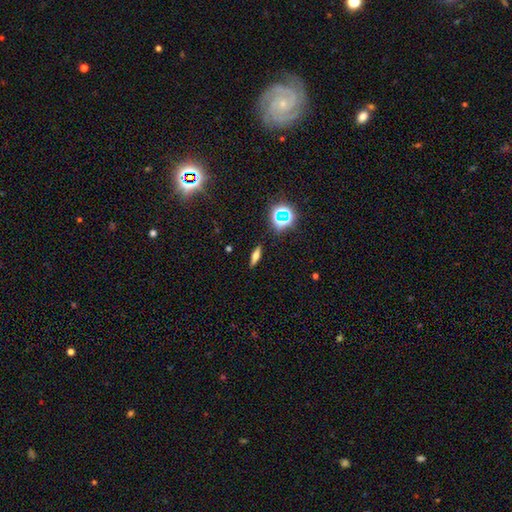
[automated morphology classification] Q: Smooth or featured?
A: smooth (50%); runner-up: featured or disk (32%)
Q: How rounded?
A: cigar-shaped (49%); runner-up: in between (43%)
Q: Merging?
A: none (89%); runner-up: minor disturbance (8%)